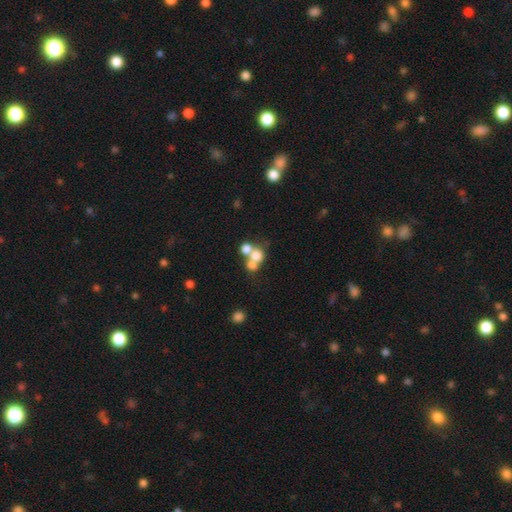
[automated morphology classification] smooth 65%, featured or disk 21%, star or artifact 14%. Down the decision tree: how rounded — round (78%); merging — merger (59%).